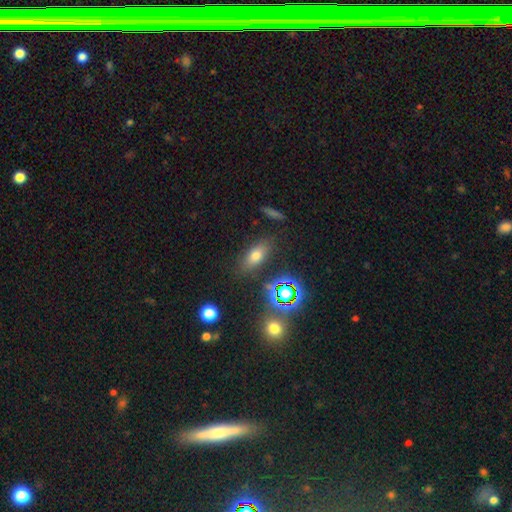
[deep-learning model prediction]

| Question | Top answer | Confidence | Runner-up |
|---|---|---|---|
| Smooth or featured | smooth | 65% | star or artifact (20%) |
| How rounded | in between | 78% | cigar-shaped (14%) |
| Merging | none | 82% | minor disturbance (11%) |